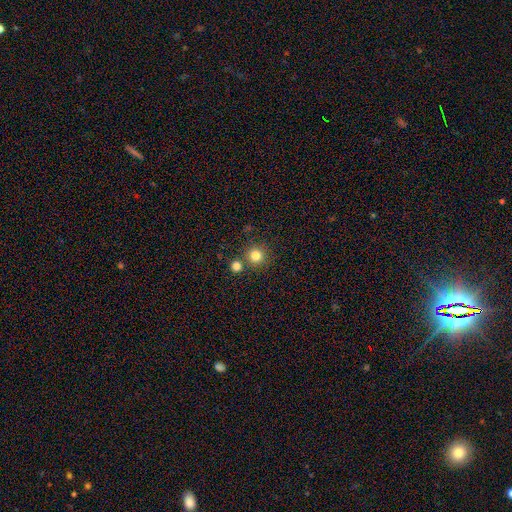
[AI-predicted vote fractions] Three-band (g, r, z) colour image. It shows a smooth galaxy with no disk features (81%) that is round (94%). Merging: none (77%).